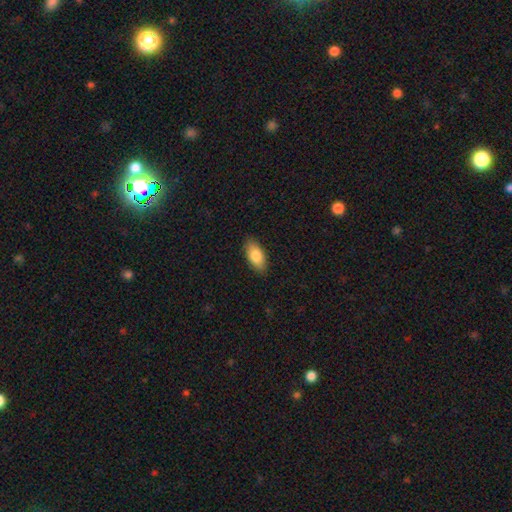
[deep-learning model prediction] A smooth galaxy with no disk features (83%) that is in between round and cigar-shaped (90%).

Vote fractions:
- Smooth or featured? smooth: 83% / featured or disk: 11% / star or artifact: 6%
- How rounded? in between: 90% / cigar-shaped: 7% / round: 3%
- Merging? none: 88% / minor disturbance: 10% / major disturbance: 2% / merger: 1%